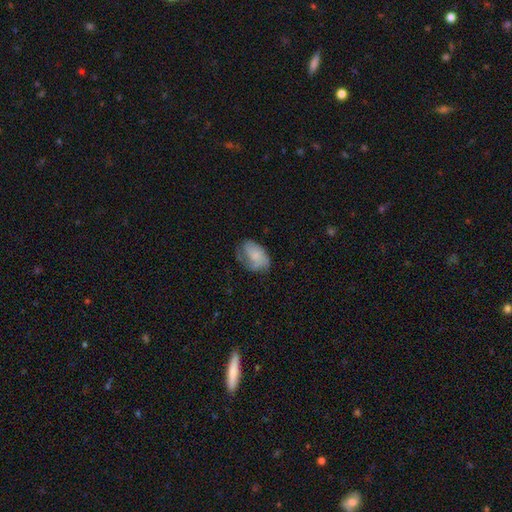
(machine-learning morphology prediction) A smooth galaxy with no disk features (59%) that is in between round and cigar-shaped (86%).

Vote fractions:
- Smooth or featured? smooth: 59% / featured or disk: 33% / star or artifact: 8%
- How rounded? in between: 86% / round: 13% / cigar-shaped: 2%
- Merging? none: 48% / minor disturbance: 31% / major disturbance: 20% / merger: 2%